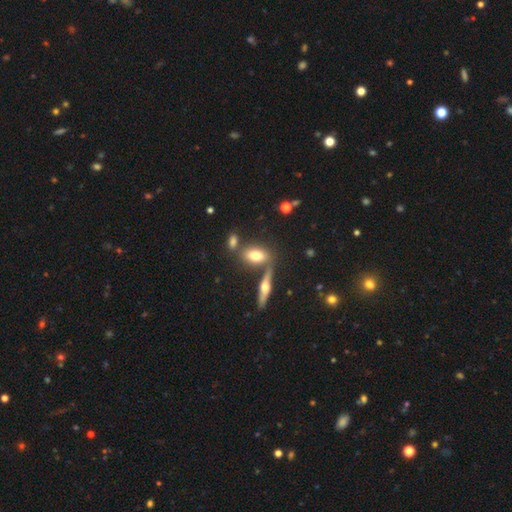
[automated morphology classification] Q: Smooth or featured?
A: smooth (67%); runner-up: featured or disk (24%)
Q: How rounded?
A: in between (83%); runner-up: cigar-shaped (9%)
Q: Merging?
A: none (62%); runner-up: merger (23%)